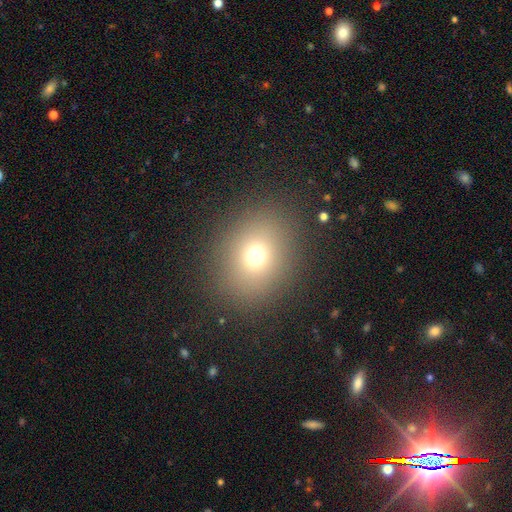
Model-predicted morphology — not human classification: A smooth galaxy with no disk features (69%) that is round (65%).

Vote fractions:
- Smooth or featured? smooth: 69% / star or artifact: 19% / featured or disk: 11%
- How rounded? round: 65% / in between: 34% / cigar-shaped: 1%
- Merging? none: 87% / minor disturbance: 7% / major disturbance: 5% / merger: 1%